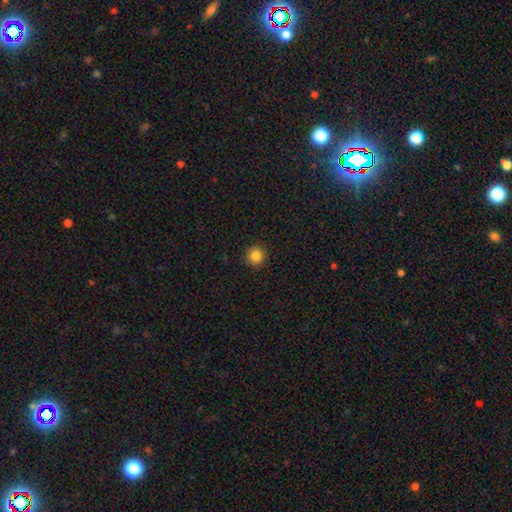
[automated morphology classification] This appears to be a smooth galaxy with no disk features (85%) that is round (95%). Merging: none (92%).